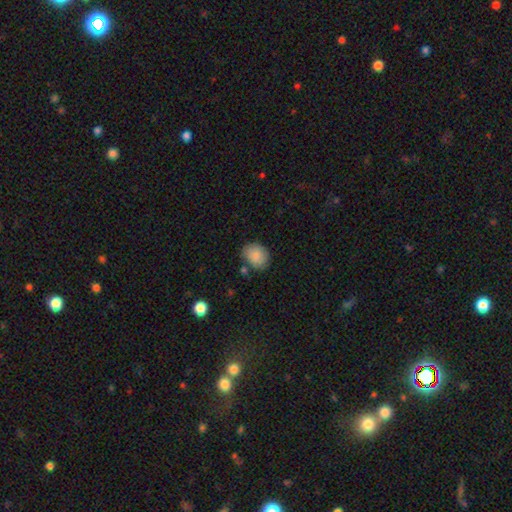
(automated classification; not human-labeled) Smooth or featured?
  - smooth: 87% *
  - star or artifact: 7%
  - featured or disk: 5%
How rounded?
  - in between: 54% *
  - round: 45%
  - cigar-shaped: 1%
Merging?
  - none: 74% *
  - minor disturbance: 16%
  - merger: 6%
  - major disturbance: 4%